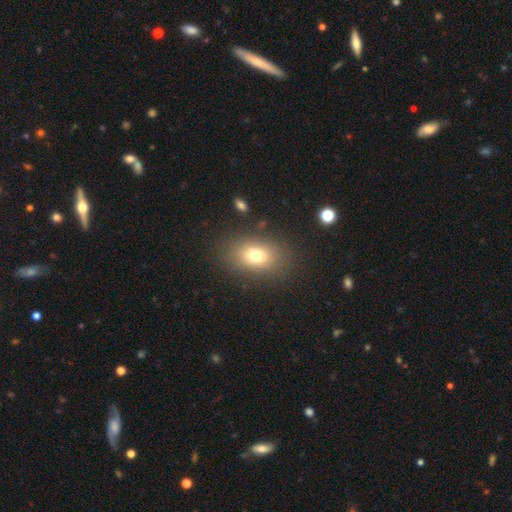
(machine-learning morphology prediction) Smooth or featured? Predicted: smooth (p=0.75). How rounded? Predicted: in between (p=0.80). Merging? Predicted: none (p=0.84).